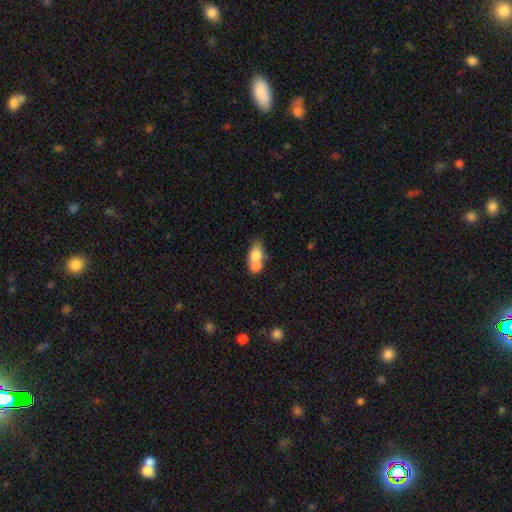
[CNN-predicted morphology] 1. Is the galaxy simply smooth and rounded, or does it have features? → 71% smooth, 21% featured or disk, 8% star or artifact.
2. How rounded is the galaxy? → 70% in between, 24% round, 6% cigar-shaped.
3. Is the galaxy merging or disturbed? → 64% merger, 22% none, 8% minor disturbance, 5% major disturbance.